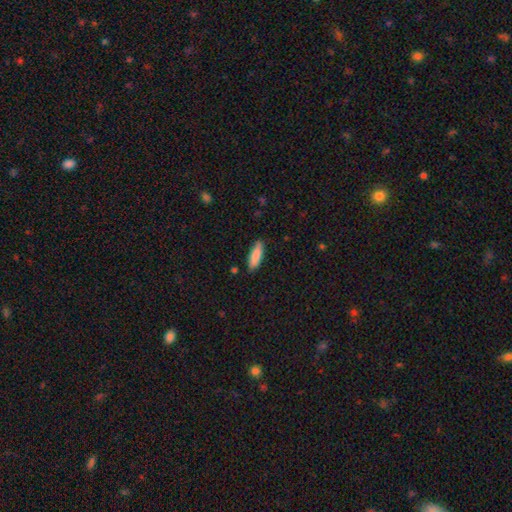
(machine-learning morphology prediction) This is clearly a smooth galaxy (86%). How rounded: possibly in between (50%). Merging: clearly none (85%).